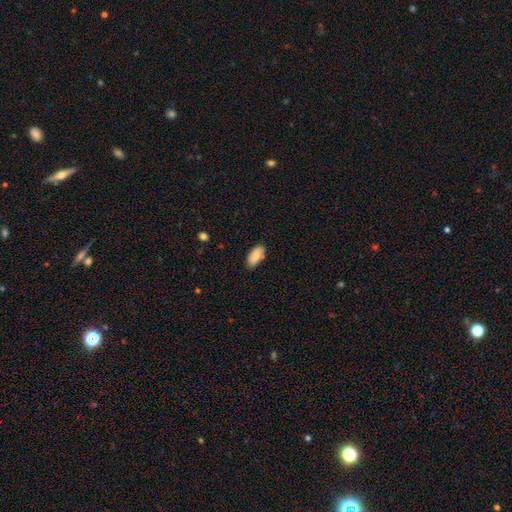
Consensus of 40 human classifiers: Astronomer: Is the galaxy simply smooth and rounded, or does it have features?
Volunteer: smooth — 98%.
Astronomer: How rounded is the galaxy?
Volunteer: in between — 97%.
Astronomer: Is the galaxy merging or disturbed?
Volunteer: none — 90%.